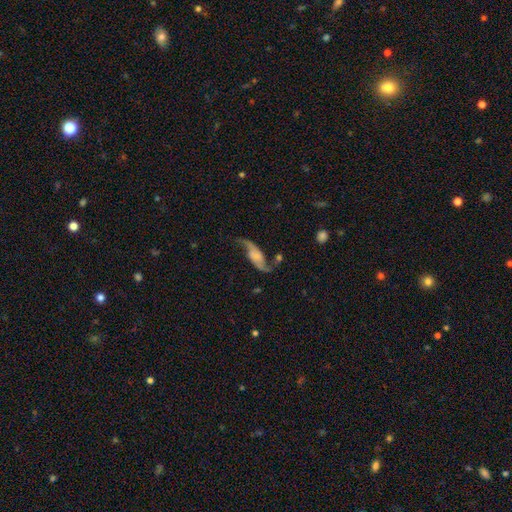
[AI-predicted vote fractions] smooth-or-featured: featured or disk: 83% | smooth: 11% | star or artifact: 6%
  disk-edge-on: no: 93% | yes: 7%
    bar: no: 53% | weak: 33% | strong: 14%
    has-spiral-arms: yes: 95% | no: 5%
      spiral-winding: loose: 86% | medium: 11% | tight: 3%
      spiral-arm-count: 2: 93% | 1: 3% | can't tell: 2% | 3: 1% | 4: 1% | more than 4: 1%
    bulge-size: none: 44% | small: 31% | moderate: 16% | large: 7% | dominant: 3%
  merging: none: 65% | minor disturbance: 19% | major disturbance: 11% | merger: 5%